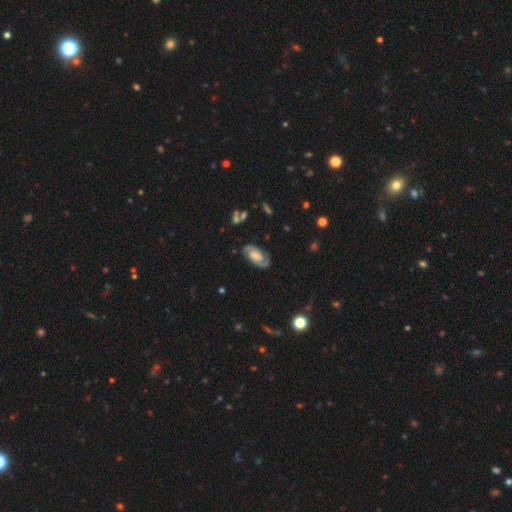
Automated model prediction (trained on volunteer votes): Smooth or featured? featured or disk (81%)
Edge-on disk? no (96%)
Bar? no (47%)
Spiral arms? yes (95%)
Spiral winding? tight (45%)
Spiral arm count? 2 (90%)
Bulge size? moderate (32%)
Merging? none (83%)